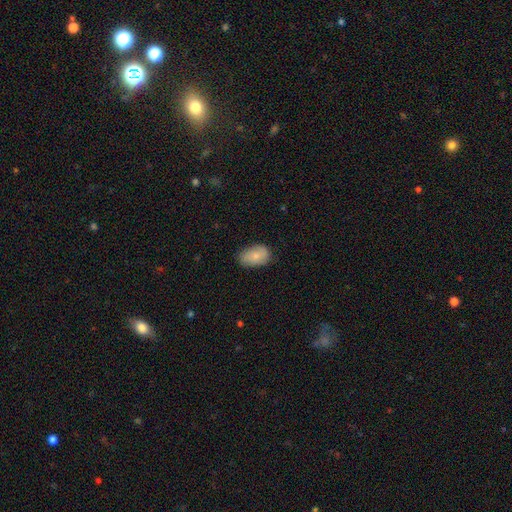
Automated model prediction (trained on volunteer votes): Smooth or featured?
  - smooth: 80% *
  - featured or disk: 14%
  - star or artifact: 7%
How rounded?
  - in between: 90% *
  - round: 8%
  - cigar-shaped: 1%
Merging?
  - none: 73% *
  - minor disturbance: 22%
  - major disturbance: 4%
  - merger: 1%